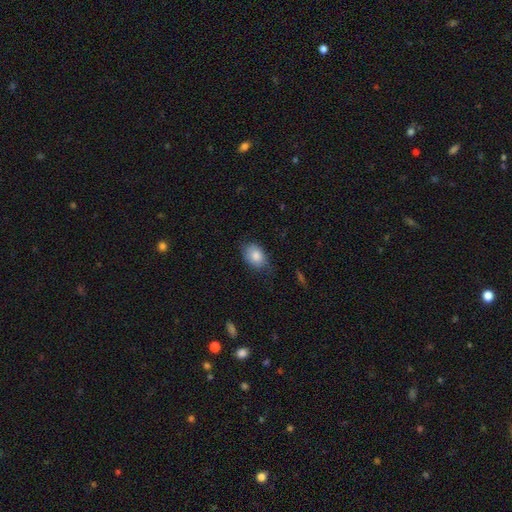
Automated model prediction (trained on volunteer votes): A smooth galaxy with no disk features (84%) that is in between round and cigar-shaped (80%).

Vote fractions:
- Smooth or featured? smooth: 84% / featured or disk: 9% / star or artifact: 7%
- How rounded? in between: 80% / round: 18% / cigar-shaped: 1%
- Merging? none: 70% / minor disturbance: 24% / major disturbance: 5% / merger: 1%